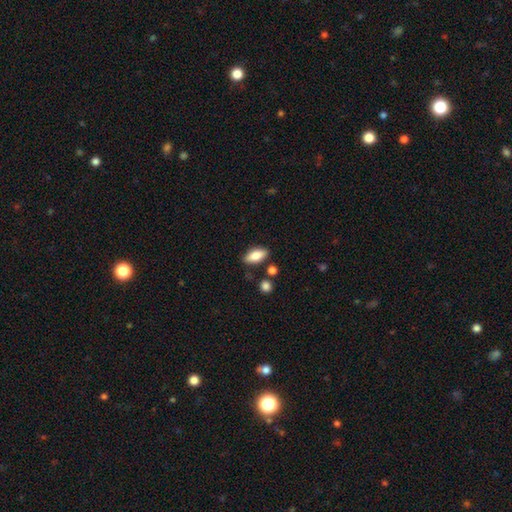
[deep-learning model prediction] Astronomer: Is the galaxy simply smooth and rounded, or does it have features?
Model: smooth — 79%.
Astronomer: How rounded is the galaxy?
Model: in between — 86%.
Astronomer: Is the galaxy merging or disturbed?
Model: none — 83%.